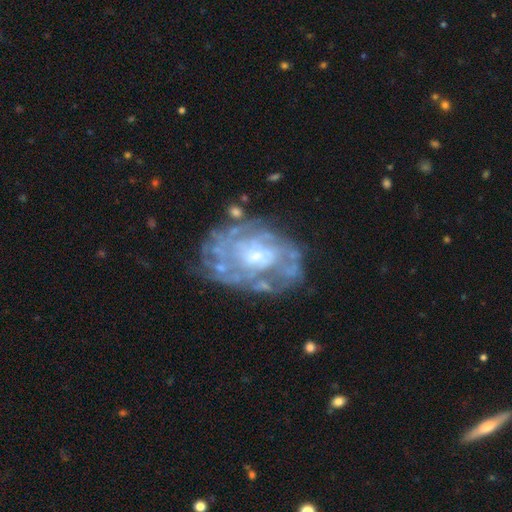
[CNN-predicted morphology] Overall: featured or disk (82%). Edge-on disk: no (97%). Bar: no (73%). Spiral arms: yes (72%). Spiral arm count: can't tell (57%). Spiral winding: tight (61%; medium 27%). Bulge size: small (60%; moderate 27%). Merging: none (63%).